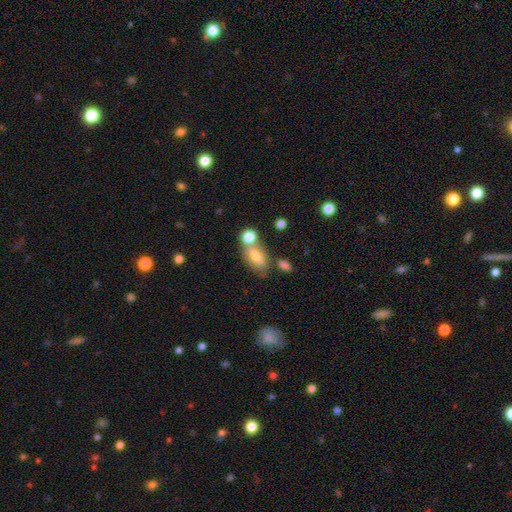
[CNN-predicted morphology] Q: Smooth or featured?
A: smooth (73%); runner-up: featured or disk (18%)
Q: How rounded?
A: in between (83%); runner-up: round (13%)
Q: Merging?
A: none (48%); runner-up: merger (32%)